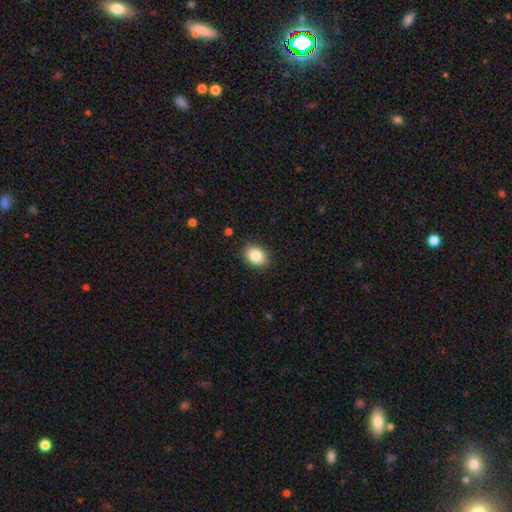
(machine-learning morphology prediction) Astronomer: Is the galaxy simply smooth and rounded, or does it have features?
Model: smooth — 85%.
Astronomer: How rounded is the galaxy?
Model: in between — 64%.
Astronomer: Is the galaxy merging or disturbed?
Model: none — 89%.